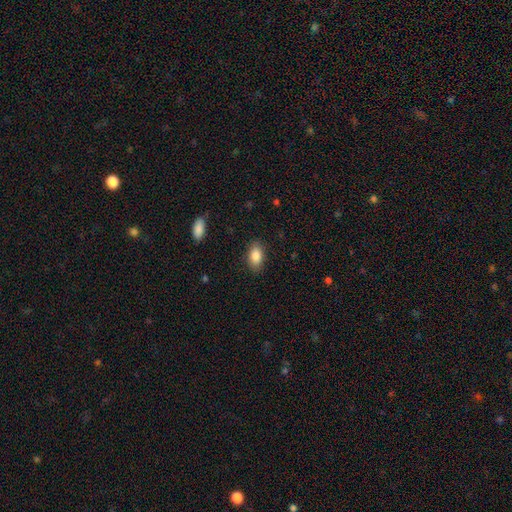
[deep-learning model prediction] Overall: smooth (86%). How rounded: in between (91%). Merging: none (86%).